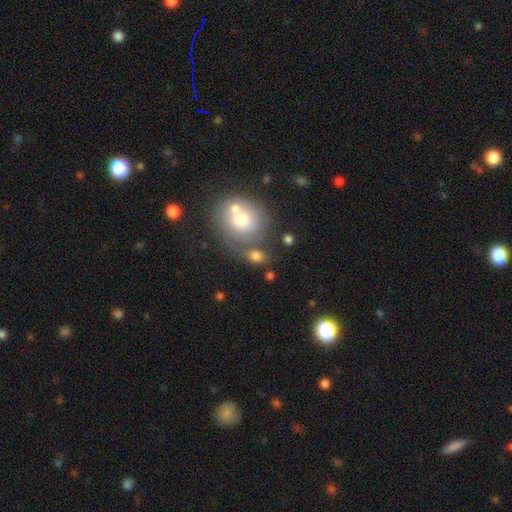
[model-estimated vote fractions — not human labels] A smooth galaxy with no disk features (74%) that is in between round and cigar-shaped (51%). Merging: none (50%).